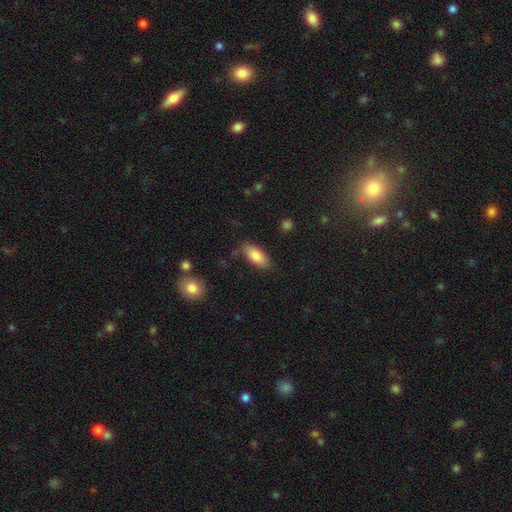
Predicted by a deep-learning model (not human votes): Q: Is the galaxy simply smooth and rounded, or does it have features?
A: smooth — 84%.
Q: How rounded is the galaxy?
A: in between — 88%.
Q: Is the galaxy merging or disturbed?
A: none — 72%.